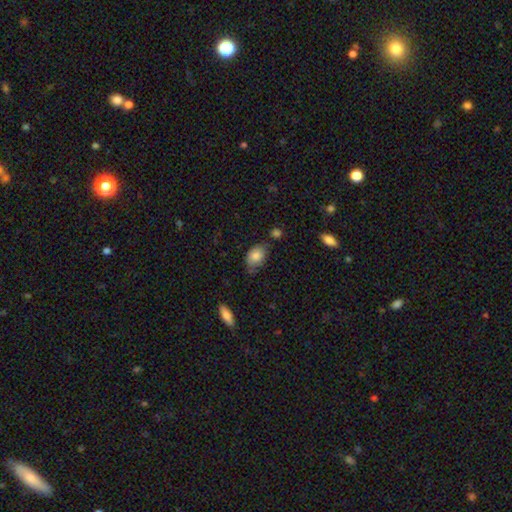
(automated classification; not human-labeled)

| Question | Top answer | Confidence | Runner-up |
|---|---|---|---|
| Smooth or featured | smooth | 83% | featured or disk (9%) |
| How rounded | in between | 84% | round (14%) |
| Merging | none | 59% | minor disturbance (29%) |